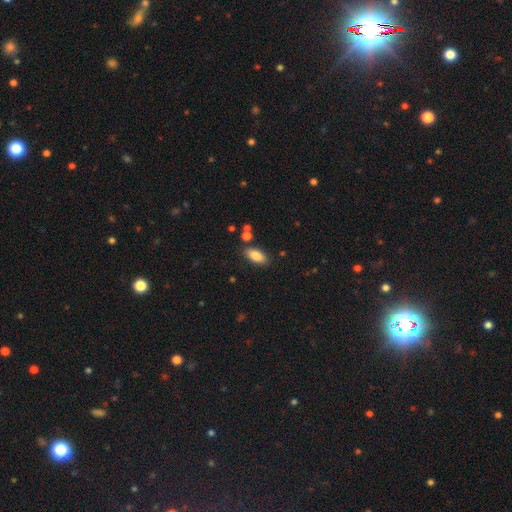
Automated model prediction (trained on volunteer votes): Q: Smooth or featured?
A: smooth (85%); runner-up: star or artifact (8%)
Q: How rounded?
A: in between (88%); runner-up: cigar-shaped (9%)
Q: Merging?
A: none (81%); runner-up: minor disturbance (11%)